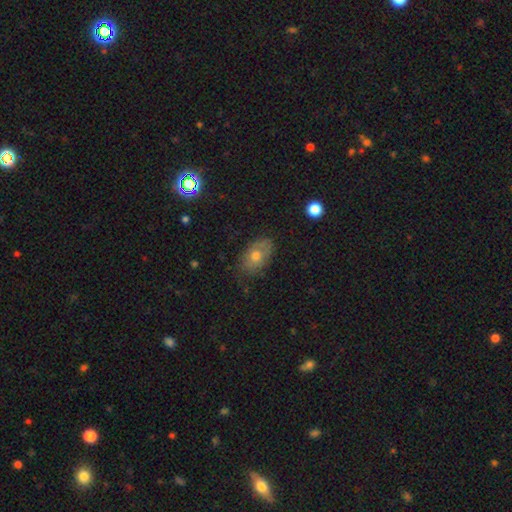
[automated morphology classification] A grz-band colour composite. It shows a smooth galaxy with no disk features (63%) that is in between round and cigar-shaped (86%). Merging: none (71%).